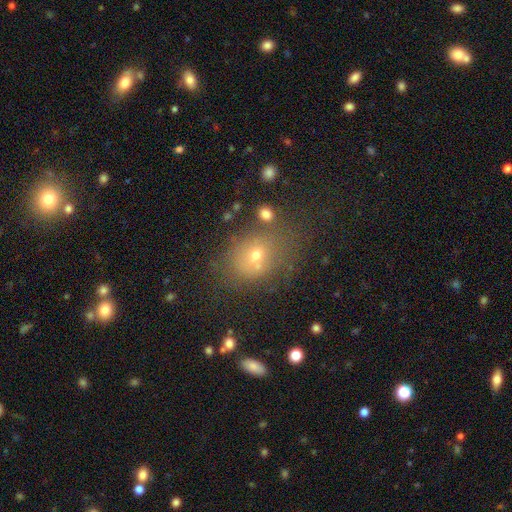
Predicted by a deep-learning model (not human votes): Q: Smooth or featured?
A: smooth (61%); runner-up: star or artifact (23%)
Q: How rounded?
A: round (57%); runner-up: in between (41%)
Q: Merging?
A: none (66%); runner-up: minor disturbance (16%)